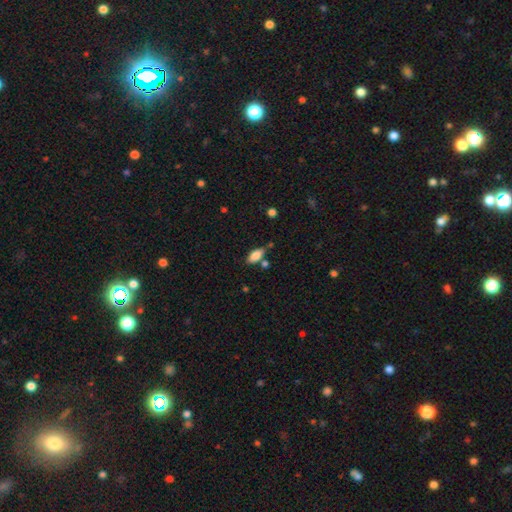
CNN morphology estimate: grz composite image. It shows a smooth galaxy with no disk features (84%) that is in between round and cigar-shaped (88%). Merging: none (70%).